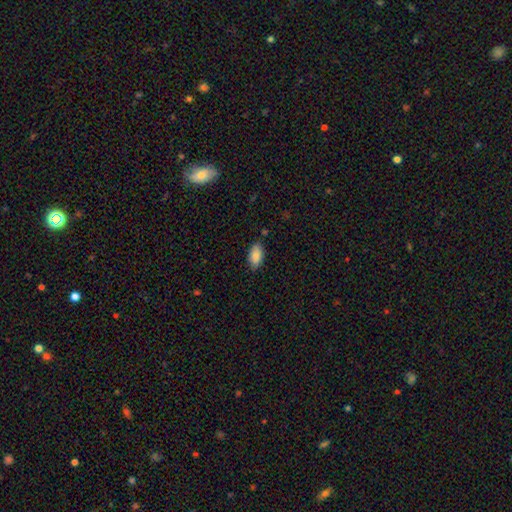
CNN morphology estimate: type=smooth (87%); roundness=in between (94%); merging=none (83%).